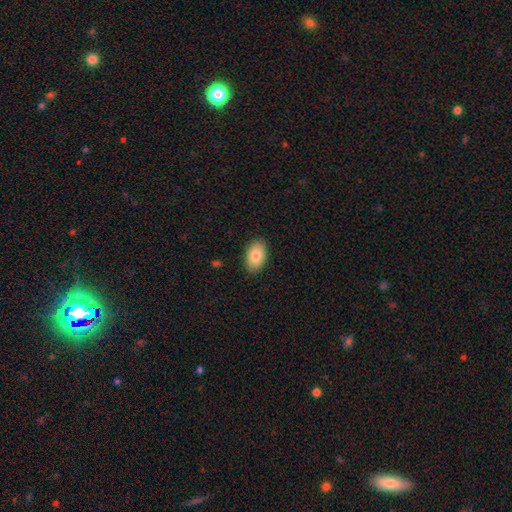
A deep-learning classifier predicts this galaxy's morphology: Smooth or featured: smooth — 83% (featured or disk — 10%)
How rounded: in between — 92% (round — 7%)
Merging: none — 89% (minor disturbance — 8%)